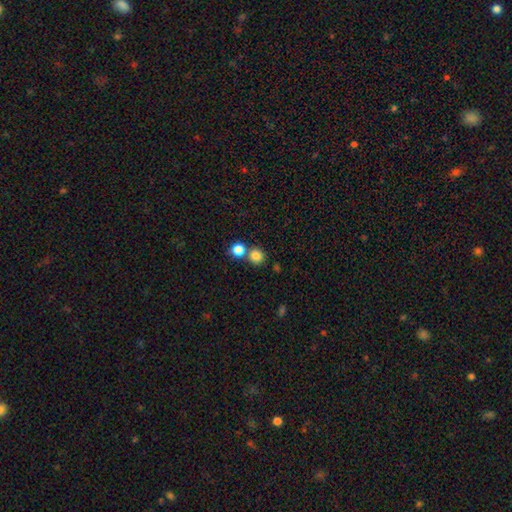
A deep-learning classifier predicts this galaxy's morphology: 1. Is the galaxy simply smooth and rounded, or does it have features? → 82% smooth, 13% star or artifact, 6% featured or disk.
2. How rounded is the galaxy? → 86% round, 13% in between, 1% cigar-shaped.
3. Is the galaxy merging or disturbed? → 65% none, 25% merger, 7% minor disturbance, 3% major disturbance.